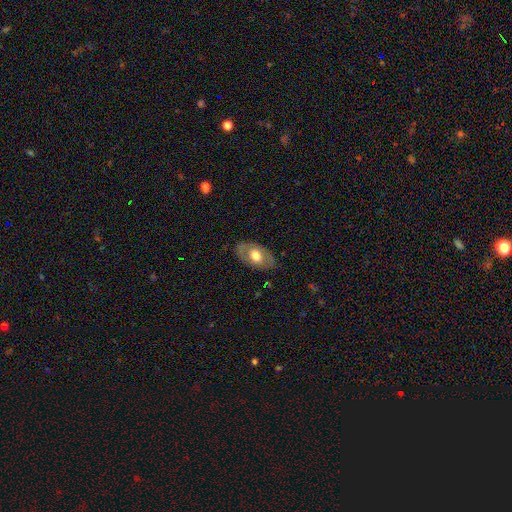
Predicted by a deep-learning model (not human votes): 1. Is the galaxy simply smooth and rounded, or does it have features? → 53% smooth, 41% featured or disk, 6% star or artifact.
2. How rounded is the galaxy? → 90% in between, 8% round, 2% cigar-shaped.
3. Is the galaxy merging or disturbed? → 79% none, 15% minor disturbance, 5% major disturbance, 1% merger.